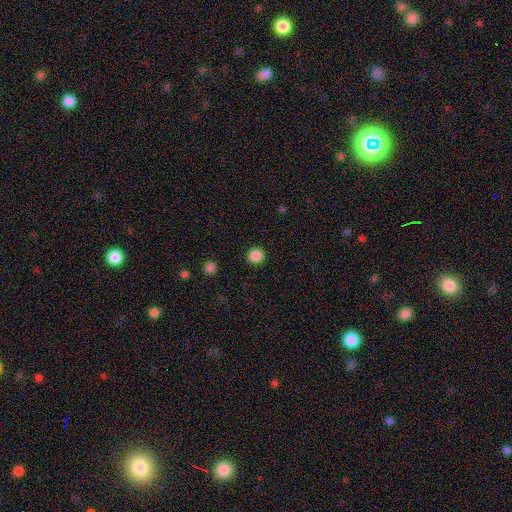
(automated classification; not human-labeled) This is clearly a smooth galaxy (87%). How rounded: clearly round (95%). Merging: clearly none (93%).